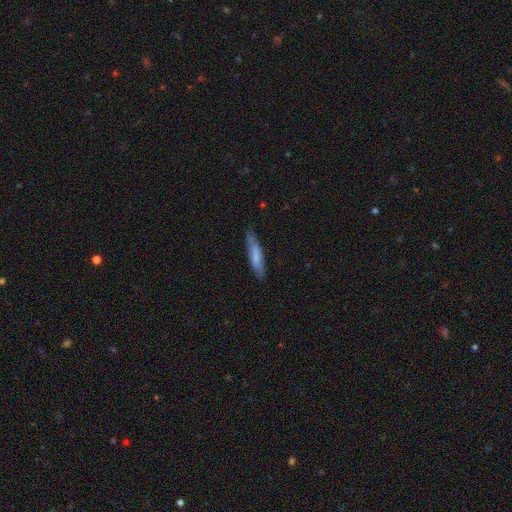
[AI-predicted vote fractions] smooth-or-featured: smooth: 66% | featured or disk: 28% | star or artifact: 6%
  how-rounded: cigar-shaped: 84% | in between: 14% | round: 1%
  merging: none: 81% | minor disturbance: 15% | major disturbance: 3% | merger: 1%